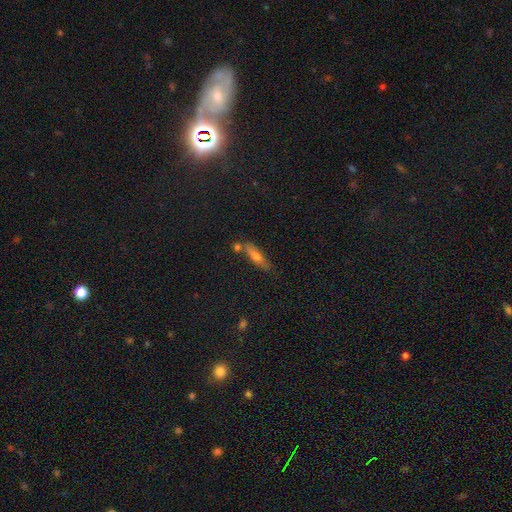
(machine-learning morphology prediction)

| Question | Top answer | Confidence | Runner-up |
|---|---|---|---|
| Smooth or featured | smooth | 56% | featured or disk (30%) |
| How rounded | cigar-shaped | 64% | in between (32%) |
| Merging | none | 70% | minor disturbance (16%) |